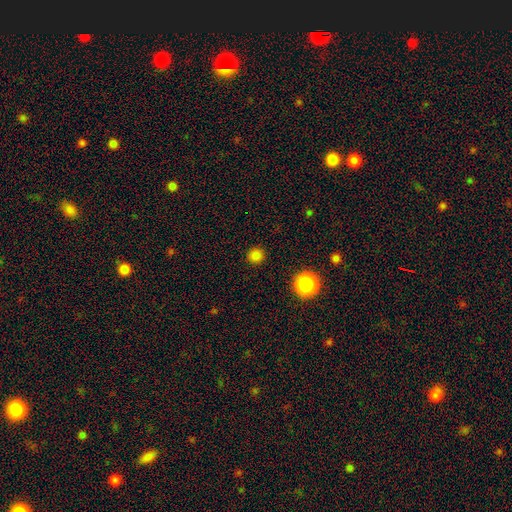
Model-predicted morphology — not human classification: smooth_or_featured: smooth (p=0.81) [alt: star or artifact p=0.15]
how_rounded: round (p=0.94) [alt: in between p=0.05]
merging: none (p=0.91) [alt: minor disturbance p=0.05]